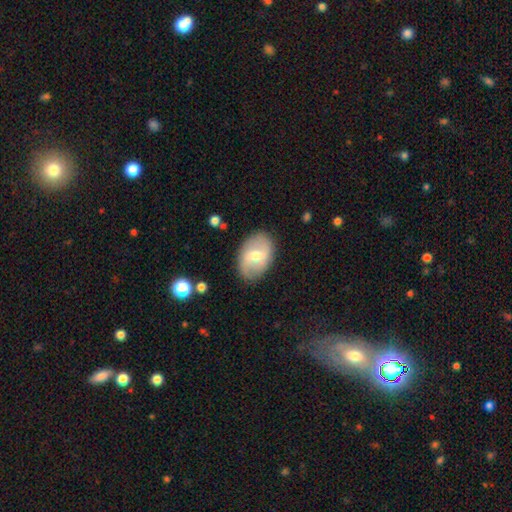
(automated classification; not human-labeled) featured or disk 54%, smooth 39%, star or artifact 7%. Down the decision tree: edge-on disk — no (94%); bar — weak (53%); spiral arms — yes (61%); bulge size — moderate (62%); merging — none (83%).